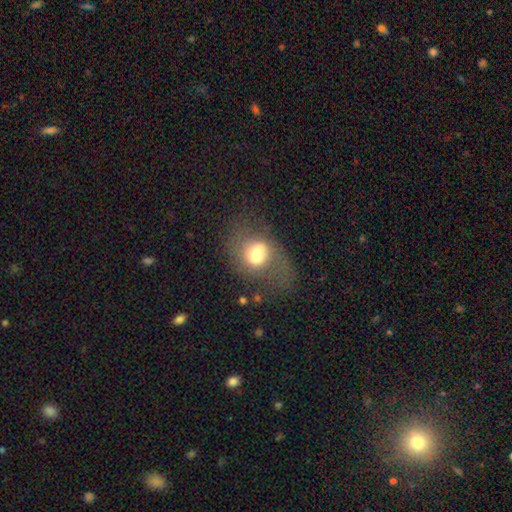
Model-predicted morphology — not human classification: This is possibly a smooth galaxy (58%). How rounded: possibly in between (54%). Merging: marginally none (41%).